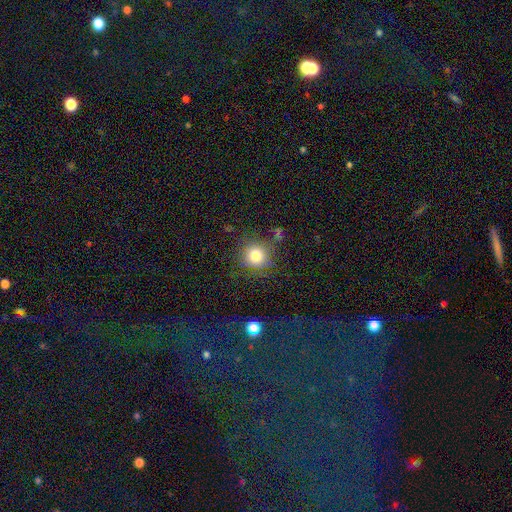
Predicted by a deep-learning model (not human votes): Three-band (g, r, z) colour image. It shows a smooth galaxy with no disk features (79%) that is round (91%). Merging: none (78%).